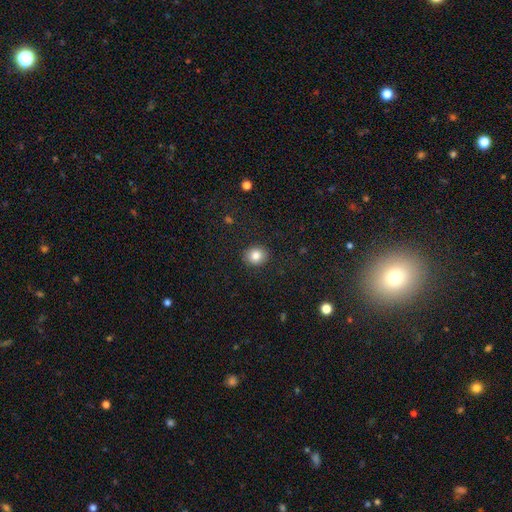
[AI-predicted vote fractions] This appears to be a smooth galaxy with no disk features (84%) that is round (76%). Merging: none (90%).